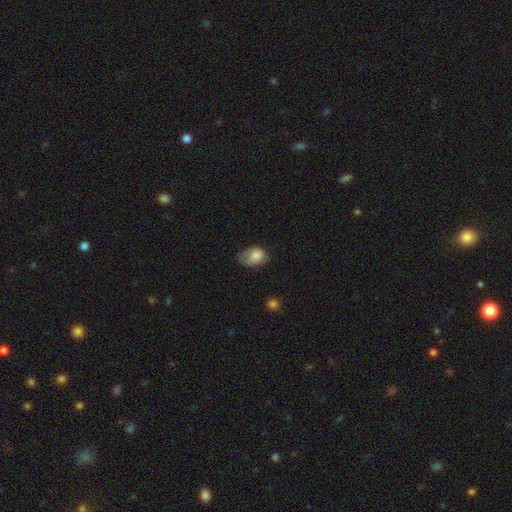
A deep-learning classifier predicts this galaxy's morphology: type=smooth (80%); roundness=in between (78%); merging=minor disturbance (42%).